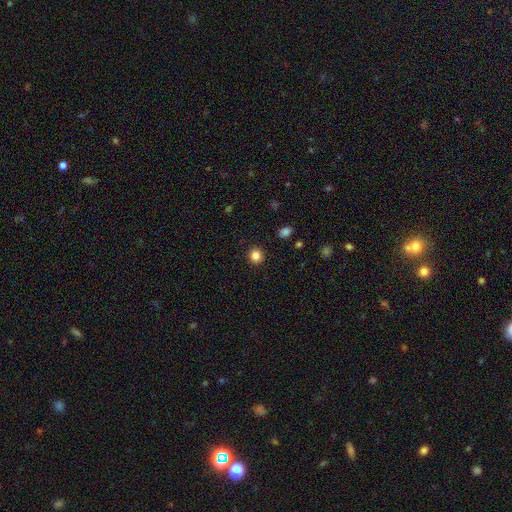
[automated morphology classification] smooth-or-featured: smooth: 85% | star or artifact: 11% | featured or disk: 4%
  how-rounded: round: 91% | in between: 8% | cigar-shaped: 1%
  merging: none: 92% | minor disturbance: 5% | major disturbance: 2% | merger: 1%